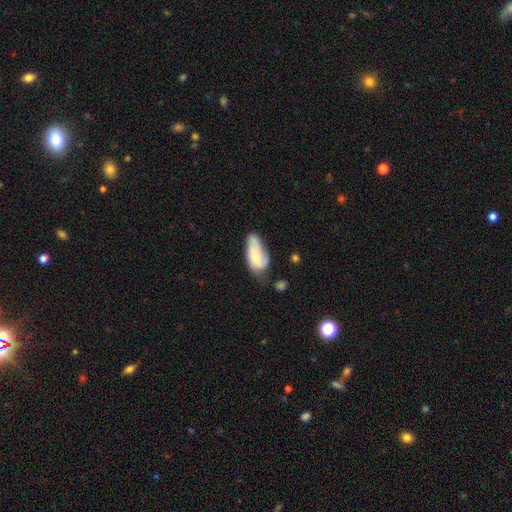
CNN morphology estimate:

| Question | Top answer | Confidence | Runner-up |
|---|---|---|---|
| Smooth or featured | smooth | 66% | featured or disk (28%) |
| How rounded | in between | 89% | cigar-shaped (8%) |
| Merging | minor disturbance | 41% | none (32%) |